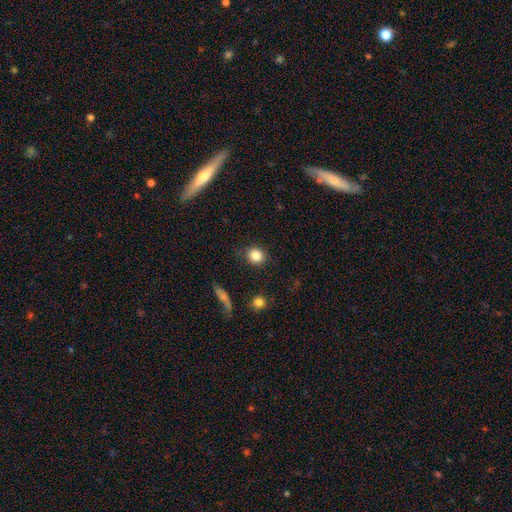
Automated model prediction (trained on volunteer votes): Smooth or featured?
  - smooth: 84% *
  - star or artifact: 10%
  - featured or disk: 6%
How rounded?
  - round: 78% *
  - in between: 21%
  - cigar-shaped: 1%
Merging?
  - none: 86% *
  - minor disturbance: 9%
  - major disturbance: 3%
  - merger: 2%